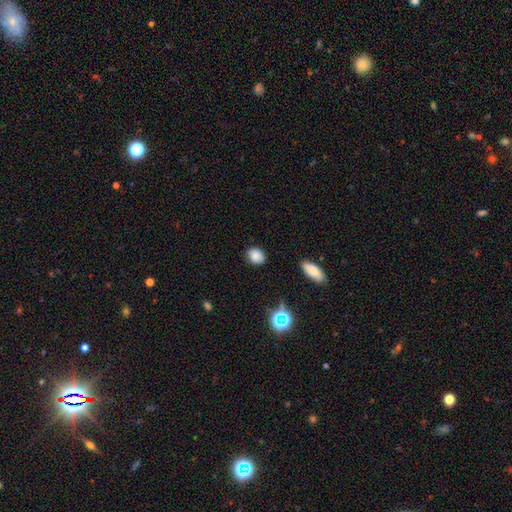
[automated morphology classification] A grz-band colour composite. It shows a smooth galaxy with no disk features (82%) that is round (53%). Merging: none (83%).